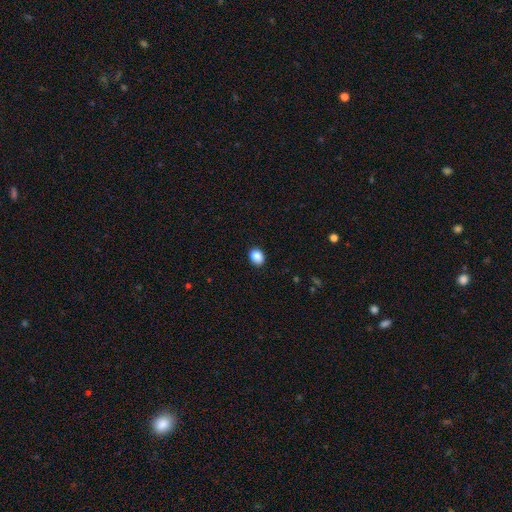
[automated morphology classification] Overall: smooth (87%). How rounded: in between (63%; round 36%). Merging: none (87%).